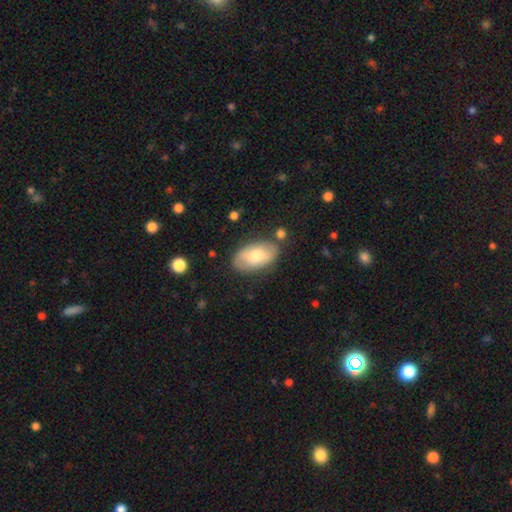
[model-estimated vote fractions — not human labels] Overall: smooth (63%; featured or disk 31%). How rounded: in between (94%). Merging: none (77%).